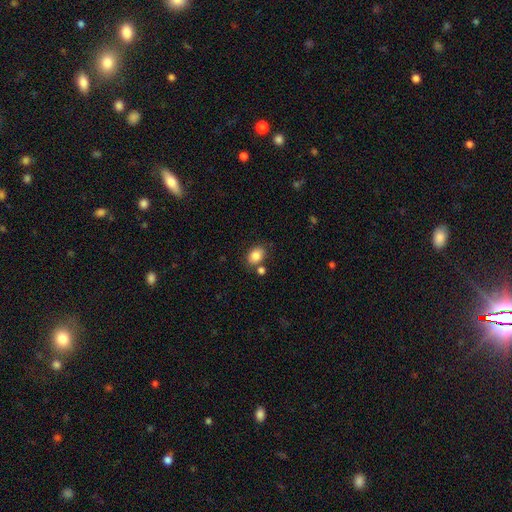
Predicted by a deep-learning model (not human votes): A smooth galaxy with no disk features (84%) that is in between round and cigar-shaped (70%). Merging: none (69%).